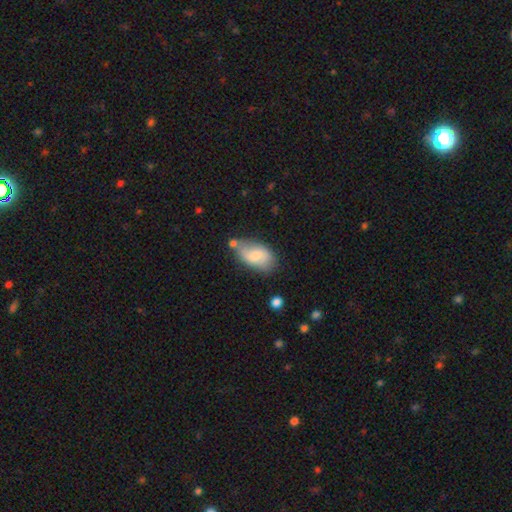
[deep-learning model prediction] smooth 64%, featured or disk 29%, star or artifact 7%. Down the decision tree: how rounded — in between (93%); merging — none (49%).